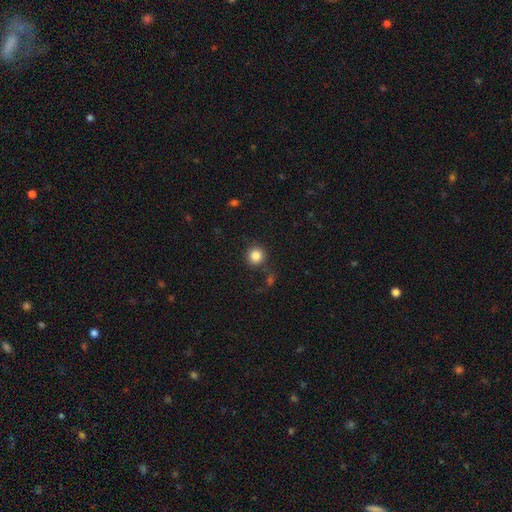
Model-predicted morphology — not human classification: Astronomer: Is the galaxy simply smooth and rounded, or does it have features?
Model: smooth — 85%.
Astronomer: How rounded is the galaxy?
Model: round — 93%.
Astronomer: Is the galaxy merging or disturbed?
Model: none — 84%.